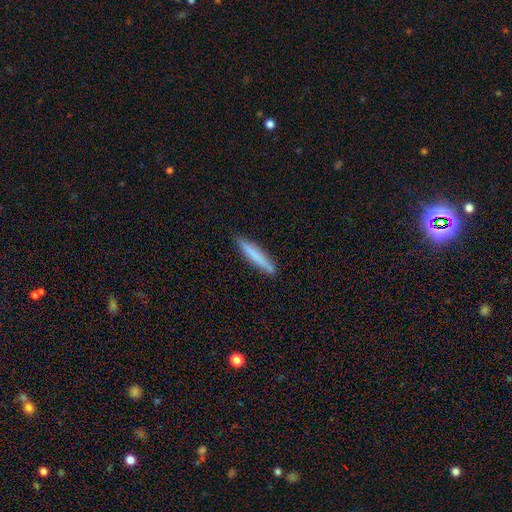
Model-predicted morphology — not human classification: Smooth or featured: smooth — 73% (featured or disk — 21%)
How rounded: cigar-shaped — 94% (in between — 5%)
Merging: none — 89% (minor disturbance — 8%)